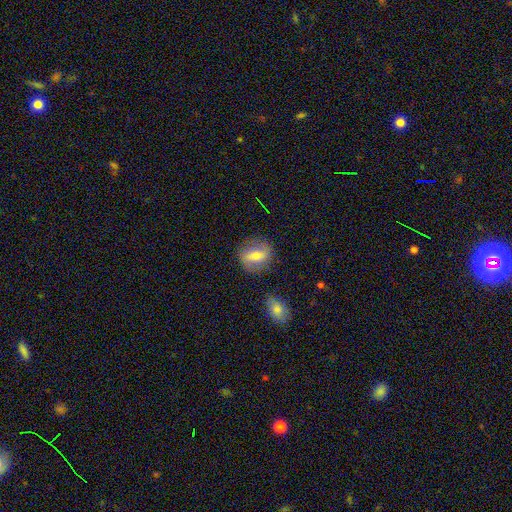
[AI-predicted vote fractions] A smooth galaxy with no disk features (57%) that is round (66%). Merging: none (82%).